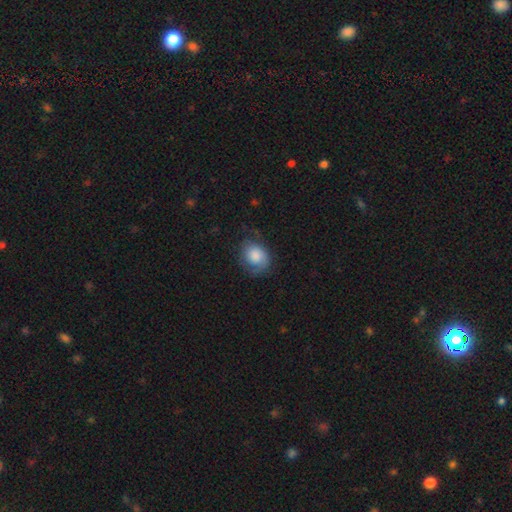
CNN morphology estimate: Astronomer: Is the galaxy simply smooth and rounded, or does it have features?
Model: smooth — 68%.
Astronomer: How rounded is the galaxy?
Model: round — 53% (runner-up: in between, 46%).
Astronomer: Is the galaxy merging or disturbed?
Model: none — 54%.